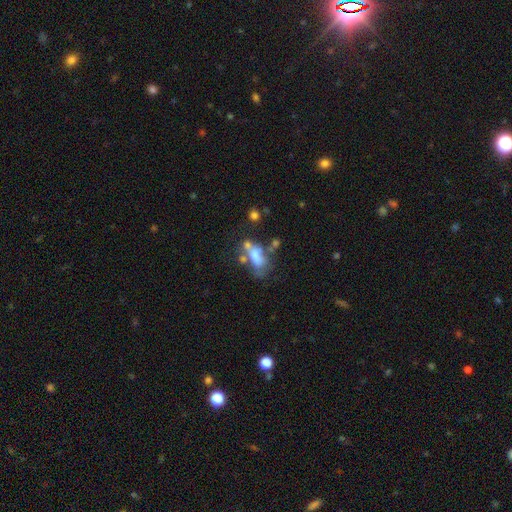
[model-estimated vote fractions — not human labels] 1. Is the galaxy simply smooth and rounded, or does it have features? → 52% smooth, 36% featured or disk, 12% star or artifact.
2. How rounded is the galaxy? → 82% in between, 10% round, 8% cigar-shaped.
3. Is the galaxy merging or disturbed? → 34% merger, 27% none, 22% major disturbance, 17% minor disturbance.